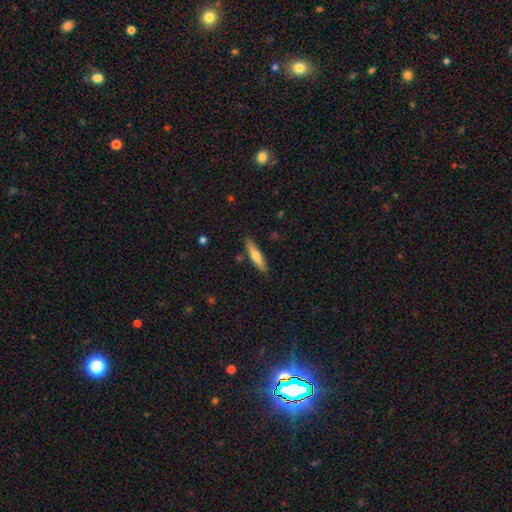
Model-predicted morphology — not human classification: The model was most divided on "smooth or featured": smooth: 56%, featured or disk: 38%, star or artifact: 6%. More confident: merging — none (85%); how rounded — cigar-shaped (83%).